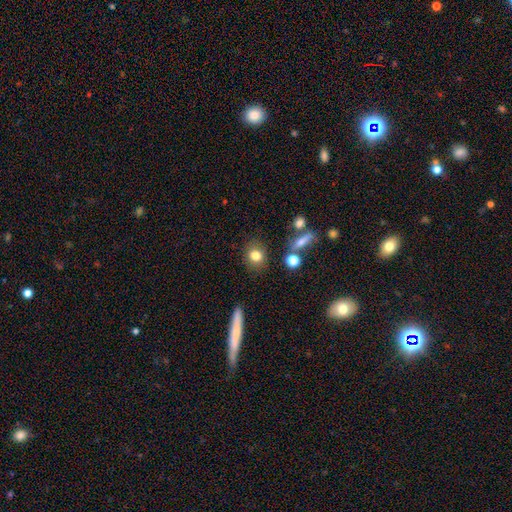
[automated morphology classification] This is likely a smooth galaxy (80%). How rounded: likely round (72%). Merging: clearly none (81%).